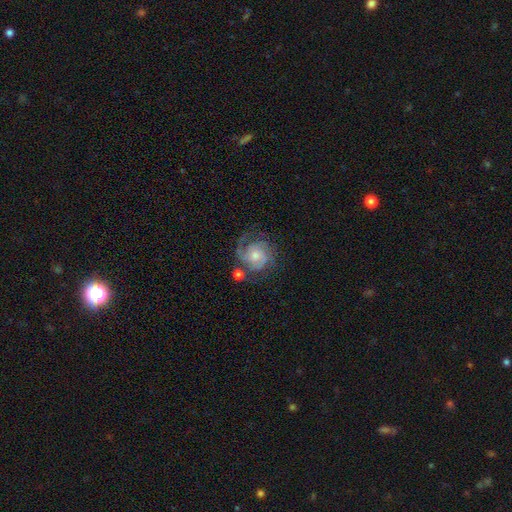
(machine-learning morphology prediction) This is likely a featured or disk galaxy (74%). It is clearly not viewed edge-on (98%). Bar: likely no (74%). Spiral arm pattern: clearly yes (91%). Spiral arm count: marginally 2 (32%). Spiral winding: possibly tight (49%). Central bulge: possibly moderate (49%). Merging: possibly none (57%).